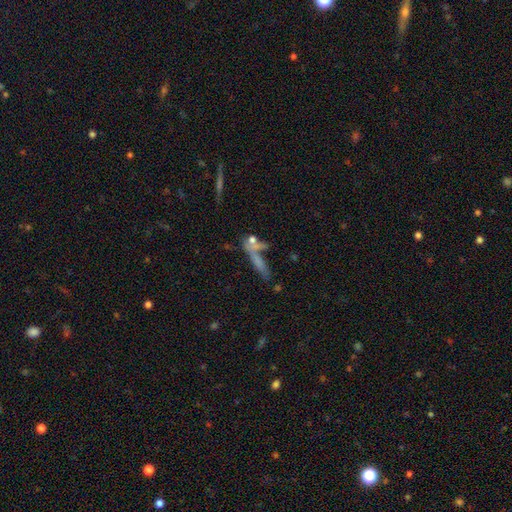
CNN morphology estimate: Q: Smooth or featured?
A: smooth (44%); runner-up: featured or disk (34%)
Q: Merging?
A: none (45%); runner-up: merger (34%)